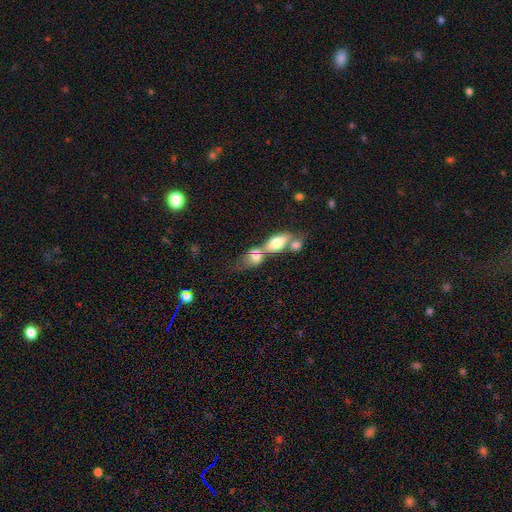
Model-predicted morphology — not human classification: This appears to be a smooth galaxy with no disk features (67%) that is in between round and cigar-shaped (69%). Merging: merger (67%).